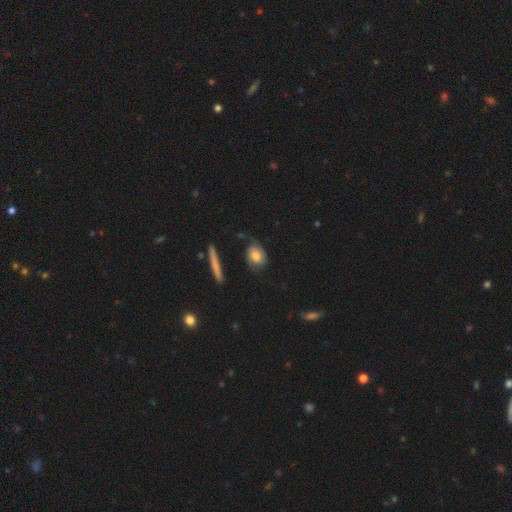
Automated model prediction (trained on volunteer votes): A smooth galaxy with no disk features (53%) that is in between round and cigar-shaped (57%). Merging: none (57%).